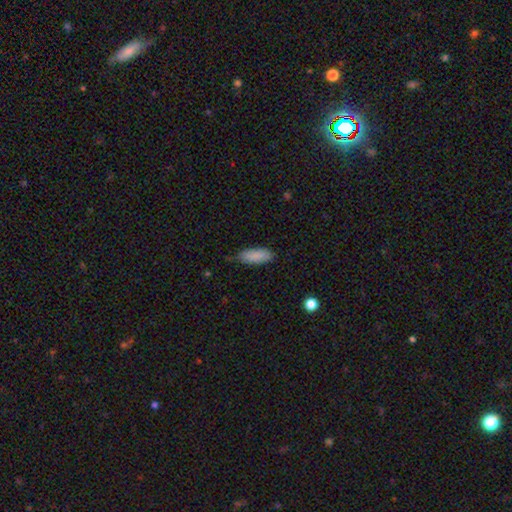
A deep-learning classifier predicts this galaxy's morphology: A smooth galaxy with no disk features (87%) that is in between round and cigar-shaped (75%).

Vote fractions:
- Smooth or featured? smooth: 87% / star or artifact: 7% / featured or disk: 6%
- How rounded? in between: 75% / cigar-shaped: 23% / round: 2%
- Merging? none: 71% / minor disturbance: 24% / major disturbance: 3% / merger: 2%